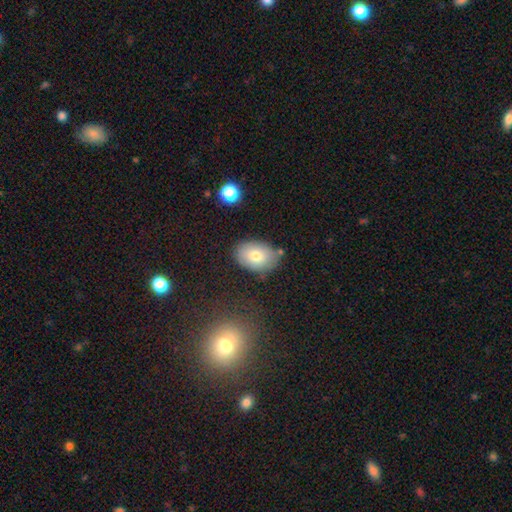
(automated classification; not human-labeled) A smooth galaxy with no disk features (76%) that is in between round and cigar-shaped (79%). Merging: none (75%).